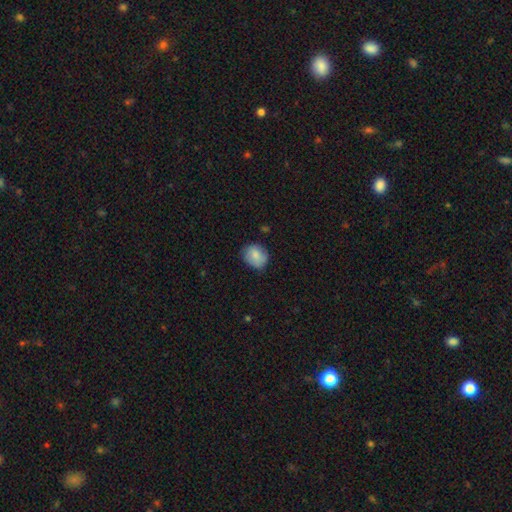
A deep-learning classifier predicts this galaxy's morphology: Smooth or featured? smooth (82%)
How rounded? round (71%)
Merging? none (76%)